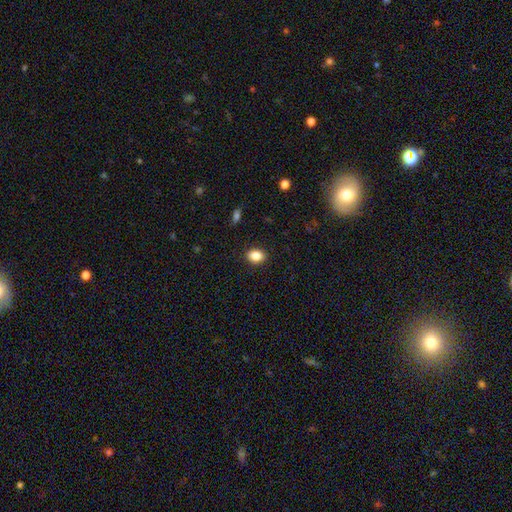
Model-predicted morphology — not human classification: The model was most divided on "how rounded": in between: 69%, round: 30%, cigar-shaped: 1%. More confident: merging — none (89%); smooth or featured — smooth (86%).